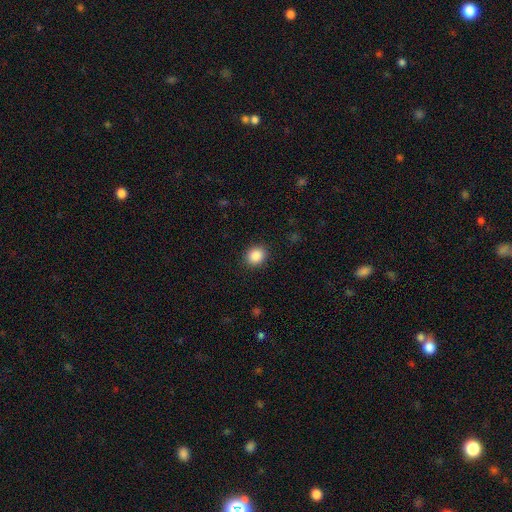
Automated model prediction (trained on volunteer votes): Morphology: type=smooth (88%); roundness=round (69%); merging=none (90%).